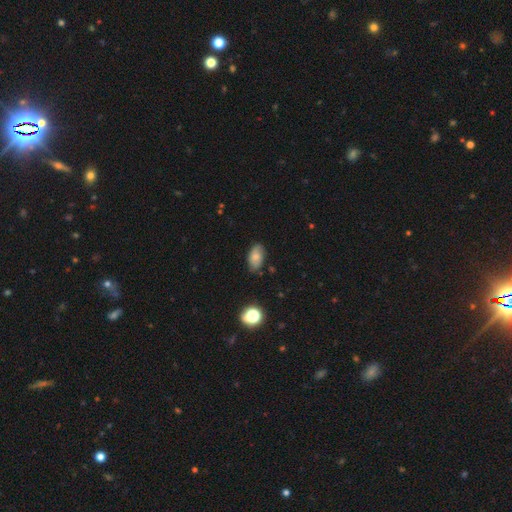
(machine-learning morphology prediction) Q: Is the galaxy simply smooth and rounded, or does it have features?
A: smooth — 73%.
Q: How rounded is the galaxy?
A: in between — 92%.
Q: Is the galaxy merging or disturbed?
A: none — 78%.